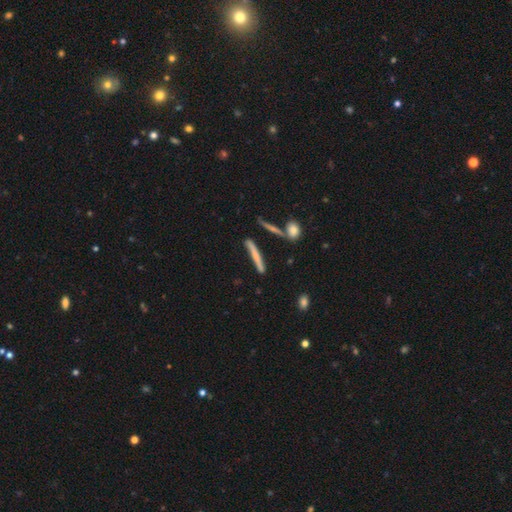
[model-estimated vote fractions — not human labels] Overall: smooth (49%; featured or disk 43%). Merging: none (77%).